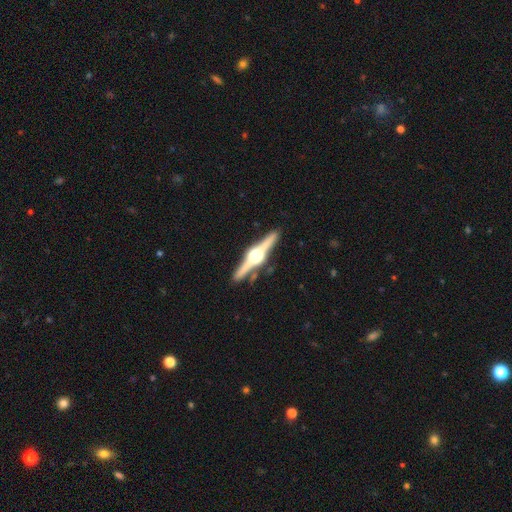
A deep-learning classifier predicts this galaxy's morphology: A featured or disk galaxy (88%) viewed edge-on (98%) with a rounded central bulge (95%).

Vote fractions:
- Smooth or featured? featured or disk: 88% / smooth: 8% / star or artifact: 5%
- Edge-on disk? yes: 98% / no: 2%
- Edge-on bulge? rounded: 95% / boxy: 4% / none: 1%
- Merging? none: 89% / minor disturbance: 7% / merger: 2% / major disturbance: 2%